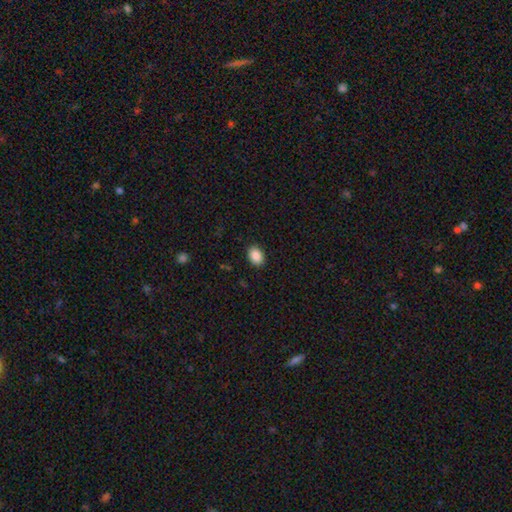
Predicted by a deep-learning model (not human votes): Morphology: type=smooth (88%); roundness=in between (76%); merging=none (90%).